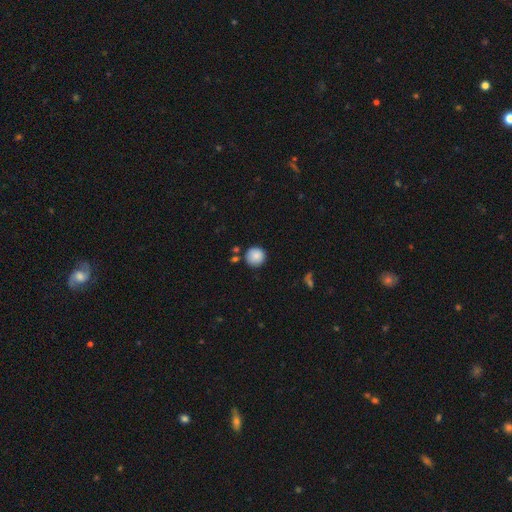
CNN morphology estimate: smooth_or_featured: smooth (p=0.86) [alt: star or artifact p=0.09]
how_rounded: round (p=0.95) [alt: in between p=0.04]
merging: none (p=0.83) [alt: minor disturbance p=0.10]